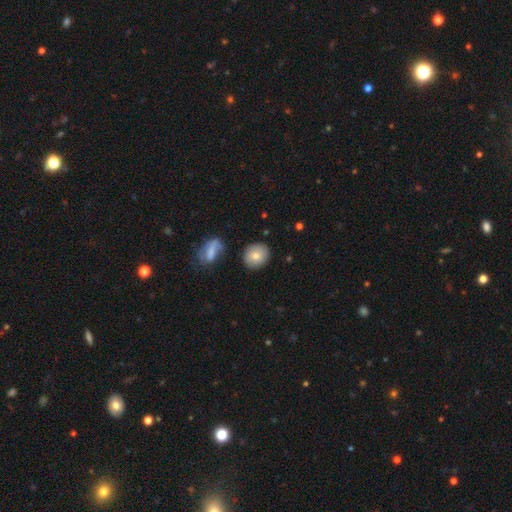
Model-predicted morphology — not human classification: smooth 74%, featured or disk 17%, star or artifact 8%. Down the decision tree: how rounded — round (74%); merging — none (81%).